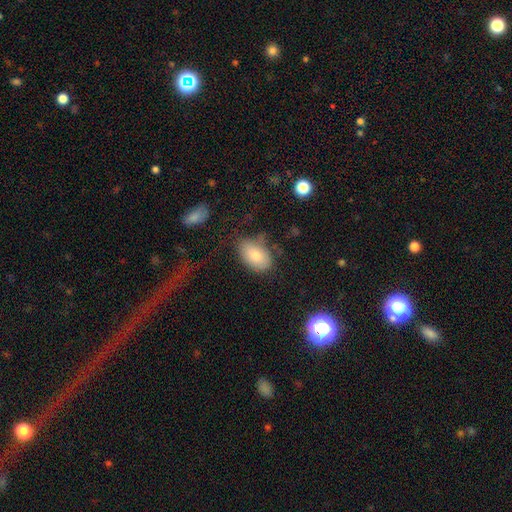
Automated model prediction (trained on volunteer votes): Q: Smooth or featured?
A: smooth (80%); runner-up: featured or disk (12%)
Q: How rounded?
A: in between (90%); runner-up: round (9%)
Q: Merging?
A: none (58%); runner-up: minor disturbance (26%)